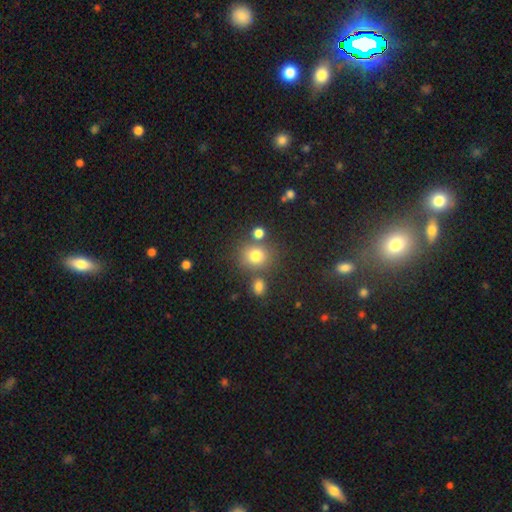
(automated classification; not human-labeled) Smooth or featured?
  - smooth: 76% *
  - star or artifact: 15%
  - featured or disk: 9%
How rounded?
  - round: 79% *
  - in between: 20%
  - cigar-shaped: 1%
Merging?
  - none: 69% *
  - merger: 16%
  - minor disturbance: 11%
  - major disturbance: 4%